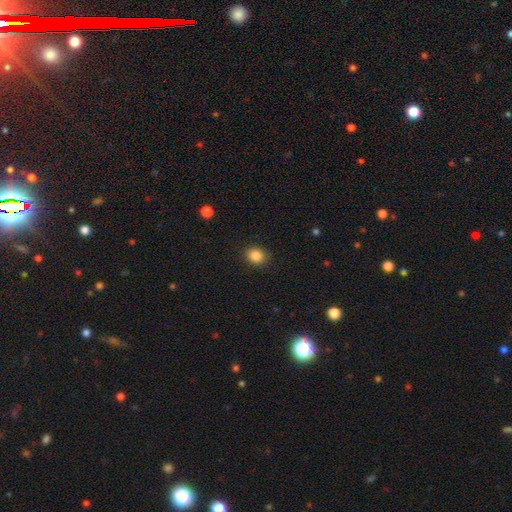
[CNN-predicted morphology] The model was most divided on "how rounded": round: 64%, in between: 35%, cigar-shaped: 1%. More confident: merging — none (88%); smooth or featured — smooth (86%).